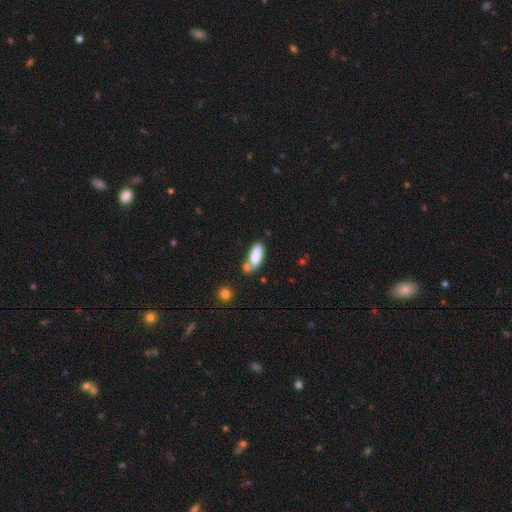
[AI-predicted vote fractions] This is clearly a smooth galaxy (84%). How rounded: likely in between (72%). Merging: possibly none (55%).